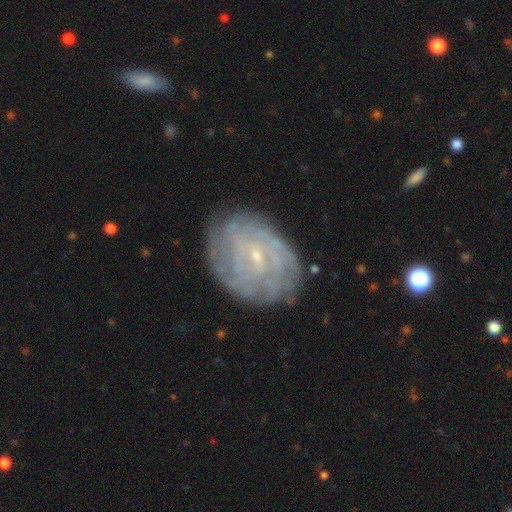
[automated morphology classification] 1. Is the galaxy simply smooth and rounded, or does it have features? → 75% featured or disk, 17% smooth, 8% star or artifact.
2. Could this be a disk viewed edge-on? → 96% no, 4% yes.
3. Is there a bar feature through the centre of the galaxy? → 45% weak, 43% no, 11% strong.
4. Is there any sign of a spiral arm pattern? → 83% yes, 17% no.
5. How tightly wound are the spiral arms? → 74% tight, 19% medium, 7% loose.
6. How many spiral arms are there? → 53% can't tell, 12% 4, 12% more than 4, 10% 2, 8% 3, 5% 1.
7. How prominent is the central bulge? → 85% small, 10% moderate, 3% none, 1% large, 1% dominant.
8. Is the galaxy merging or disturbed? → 78% none, 16% minor disturbance, 5% major disturbance, 1% merger.